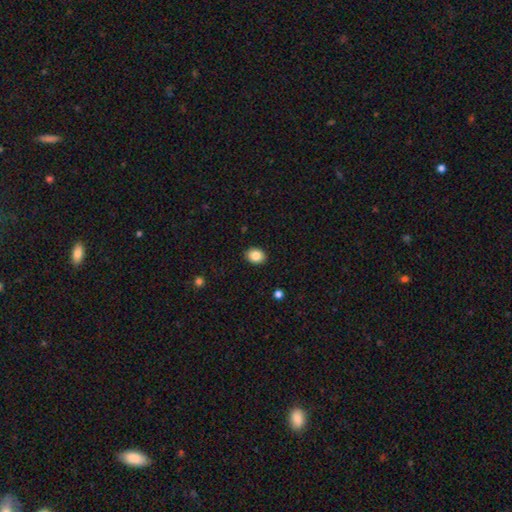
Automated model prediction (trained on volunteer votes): A smooth galaxy with no disk features (86%) that is in between round and cigar-shaped (54%). Merging: none (90%).